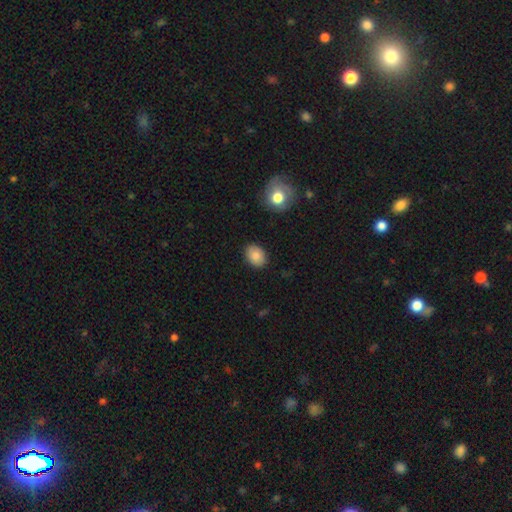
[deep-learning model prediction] This is clearly a smooth galaxy (85%). How rounded: likely in between (69%). Merging: clearly none (88%).